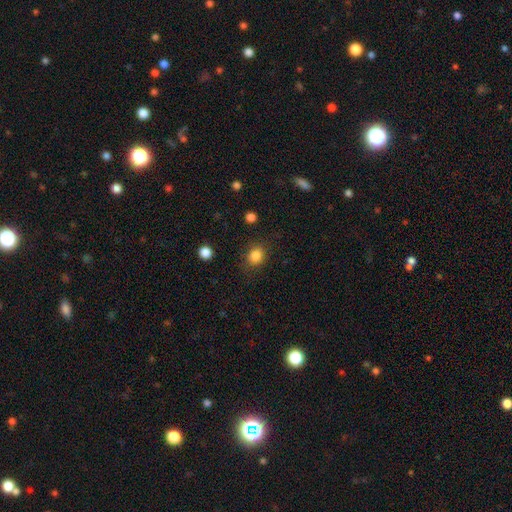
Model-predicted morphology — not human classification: smooth-or-featured: smooth: 85% | star or artifact: 11% | featured or disk: 4%
  how-rounded: round: 68% | in between: 31% | cigar-shaped: 1%
  merging: none: 82% | minor disturbance: 12% | major disturbance: 4% | merger: 2%